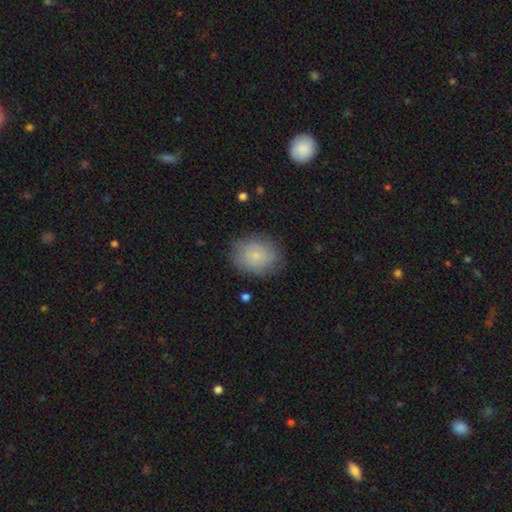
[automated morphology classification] Smooth or featured?
  - smooth: 74% *
  - featured or disk: 18%
  - star or artifact: 8%
How rounded?
  - round: 53% *
  - in between: 46%
  - cigar-shaped: 1%
Merging?
  - none: 80% *
  - minor disturbance: 15%
  - major disturbance: 4%
  - merger: 1%